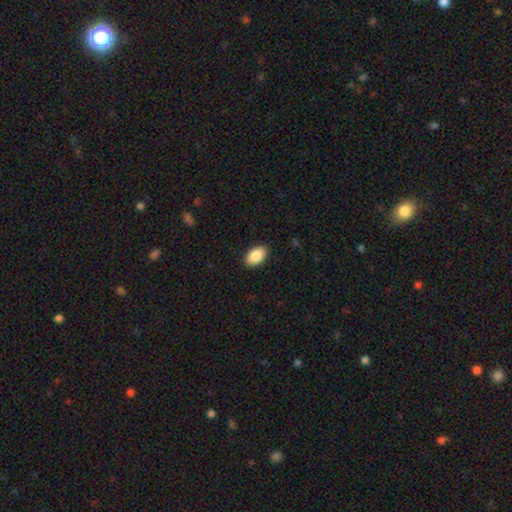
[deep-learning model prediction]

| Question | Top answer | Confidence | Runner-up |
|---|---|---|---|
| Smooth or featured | smooth | 89% | star or artifact (7%) |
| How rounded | in between | 93% | round (6%) |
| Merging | none | 90% | minor disturbance (7%) |